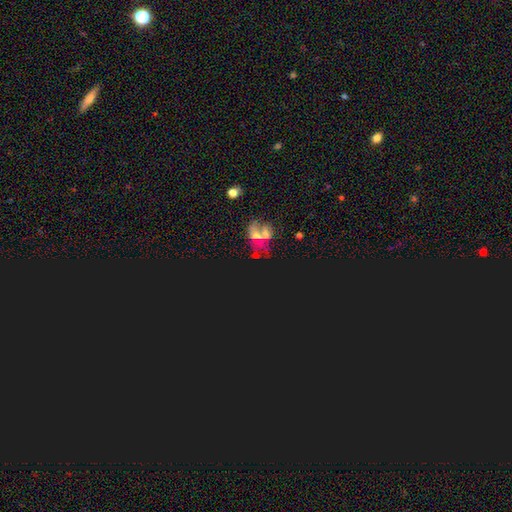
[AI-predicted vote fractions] smooth-or-featured: star or artifact: 58% | smooth: 23% | featured or disk: 19%